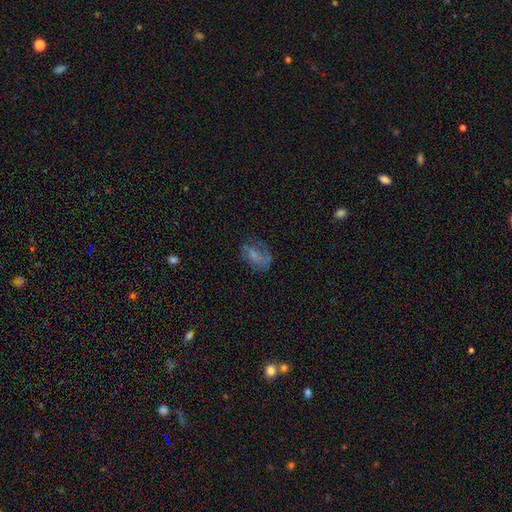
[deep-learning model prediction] This appears to be a featured or disk galaxy (44%). Merging: none (47%).